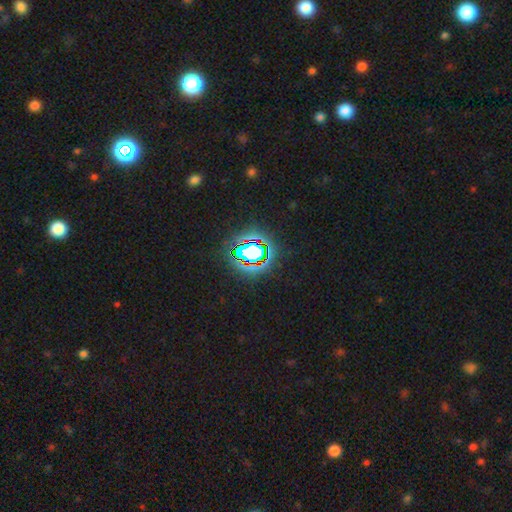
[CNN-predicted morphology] This appears to be a star or artifact, not a galaxy (76%).